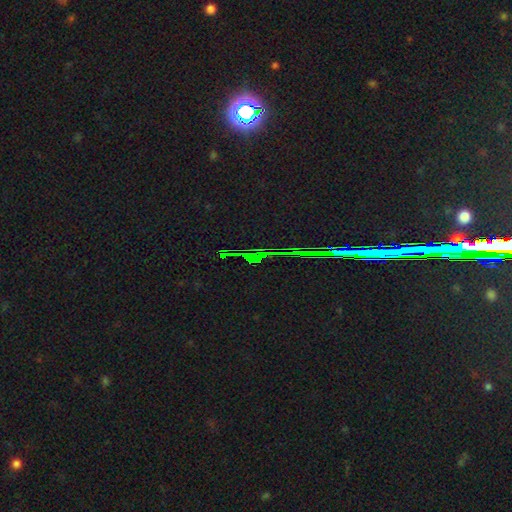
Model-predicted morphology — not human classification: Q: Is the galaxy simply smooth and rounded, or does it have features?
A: star or artifact — 82%.